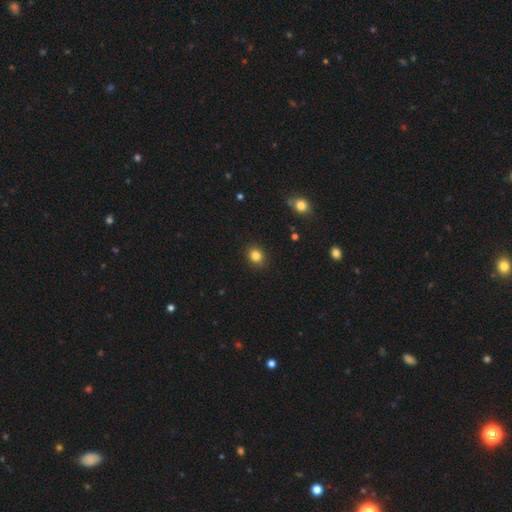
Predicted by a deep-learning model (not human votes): Smooth or featured: smooth — 83% (star or artifact — 12%)
How rounded: round — 70% (in between — 29%)
Merging: none — 90% (minor disturbance — 7%)